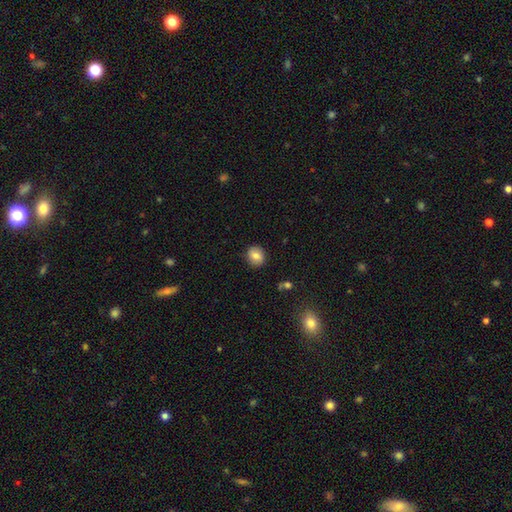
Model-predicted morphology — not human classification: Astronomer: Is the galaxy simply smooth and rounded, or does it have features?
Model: smooth — 79%.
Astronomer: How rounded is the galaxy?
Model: round — 73%.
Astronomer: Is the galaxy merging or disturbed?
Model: none — 87%.